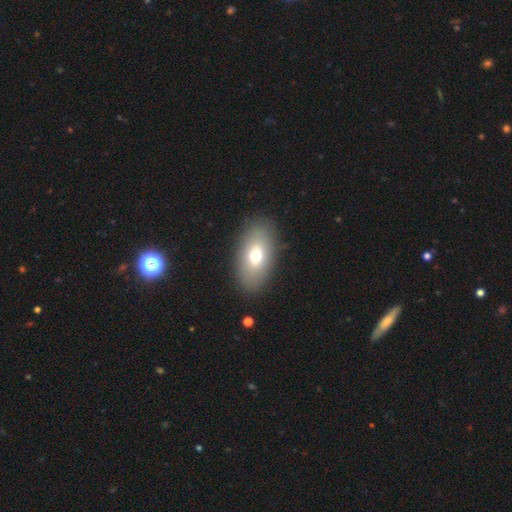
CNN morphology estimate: Smooth or featured?
  - smooth: 70% *
  - featured or disk: 21%
  - star or artifact: 9%
How rounded?
  - in between: 91% *
  - round: 6%
  - cigar-shaped: 3%
Merging?
  - none: 87% *
  - minor disturbance: 8%
  - major disturbance: 3%
  - merger: 1%